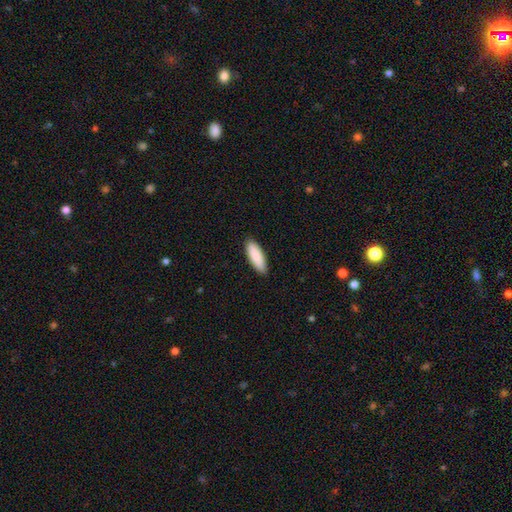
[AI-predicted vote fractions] Morphology: type=smooth (90%); roundness=in between (60%); merging=none (88%).